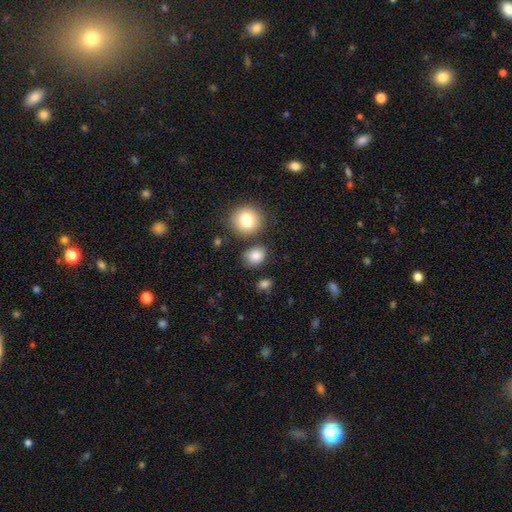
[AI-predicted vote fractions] Overall: smooth (83%). How rounded: in between (50%; round 49%). Merging: none (76%).